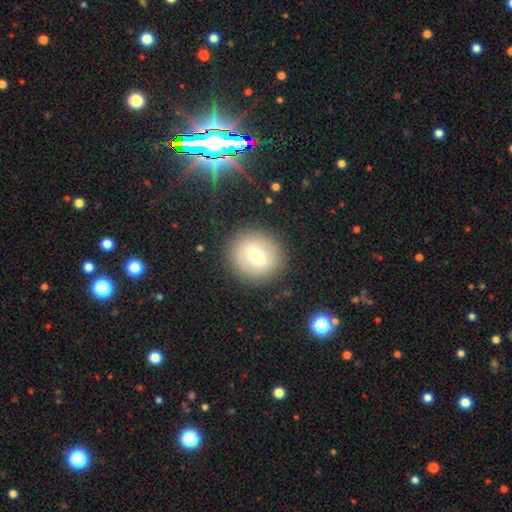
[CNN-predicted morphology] Smooth or featured?
  - smooth: 59% *
  - featured or disk: 30%
  - star or artifact: 11%
How rounded?
  - round: 84% *
  - in between: 15%
  - cigar-shaped: 1%
Merging?
  - none: 87% *
  - minor disturbance: 8%
  - major disturbance: 4%
  - merger: 1%